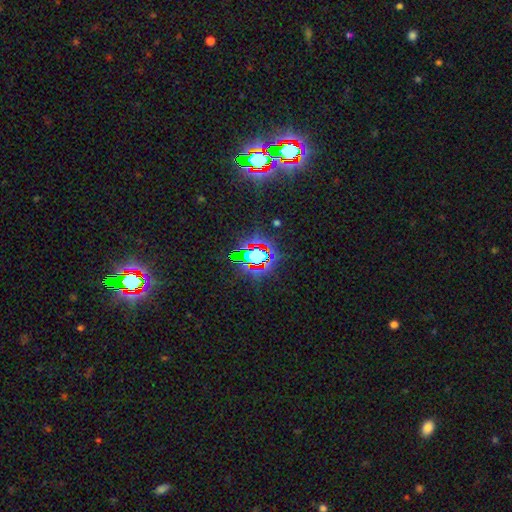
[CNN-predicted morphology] Smooth or featured?
  - star or artifact: 70% *
  - smooth: 19%
  - featured or disk: 11%